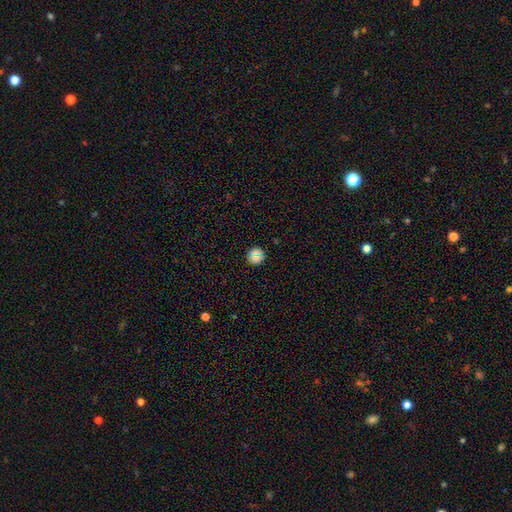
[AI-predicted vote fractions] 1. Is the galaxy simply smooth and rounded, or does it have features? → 70% smooth, 22% star or artifact, 8% featured or disk.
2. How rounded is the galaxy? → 93% round, 6% in between, 1% cigar-shaped.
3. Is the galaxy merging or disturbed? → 89% none, 7% minor disturbance, 2% major disturbance, 2% merger.